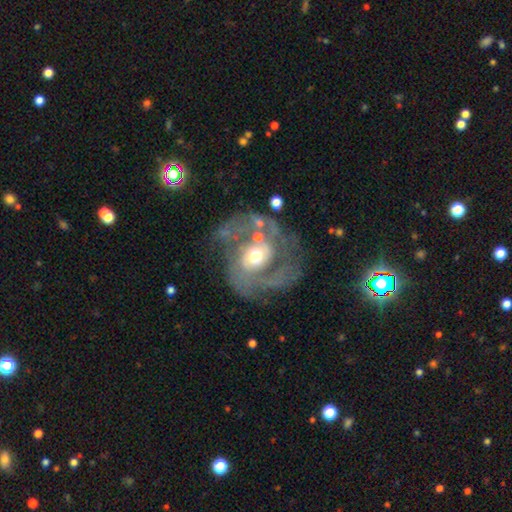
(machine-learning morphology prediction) Smooth or featured: featured or disk — 80% (smooth — 13%)
Edge-on disk: no — 97% (yes — 3%)
Bar: no — 64% (weak — 27%)
Spiral arms: yes — 78% (no — 22%)
Spiral winding: medium — 44% (tight — 32%)
Spiral arm count: 2 — 59% (can't tell — 21%)
Bulge size: moderate — 70% (large — 15%)
Merging: none — 50% (major disturbance — 22%)